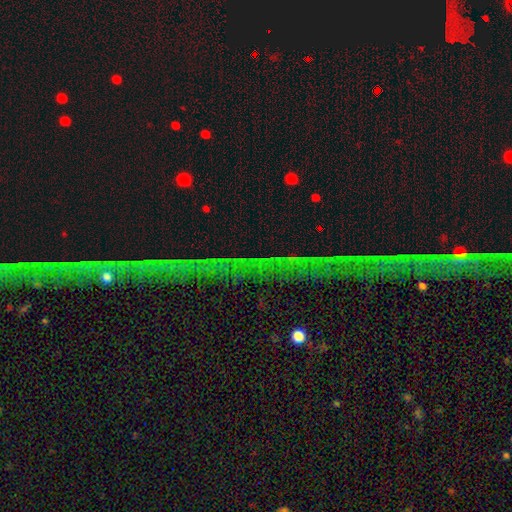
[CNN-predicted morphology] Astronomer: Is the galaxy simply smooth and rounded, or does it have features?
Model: star or artifact — 82%.